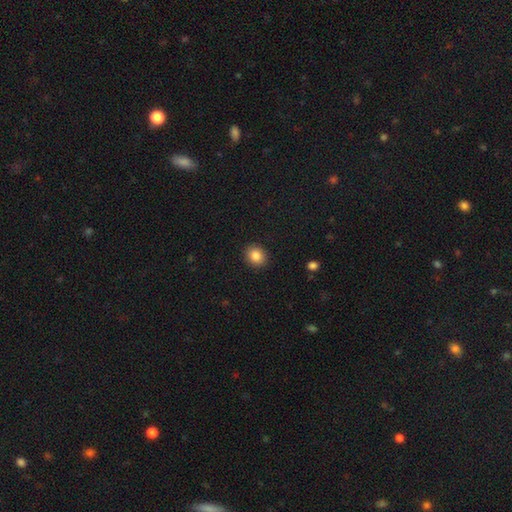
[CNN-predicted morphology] Q: Smooth or featured?
A: smooth (85%); runner-up: star or artifact (9%)
Q: How rounded?
A: round (64%); runner-up: in between (35%)
Q: Merging?
A: none (91%); runner-up: minor disturbance (7%)